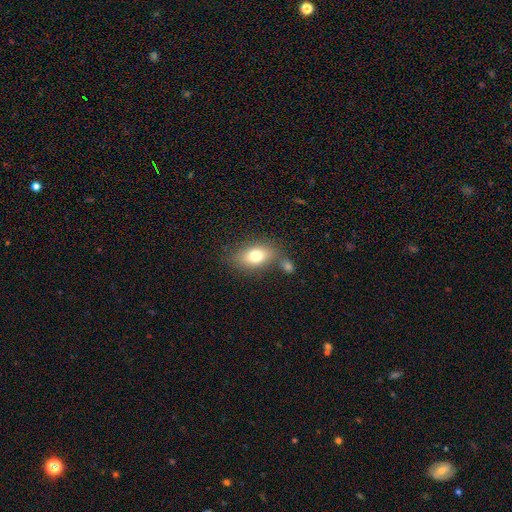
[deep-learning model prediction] smooth_or_featured: smooth (p=0.75) [alt: featured or disk p=0.16]
how_rounded: in between (p=0.85) [alt: round p=0.11]
merging: none (p=0.63) [alt: merger p=0.16]